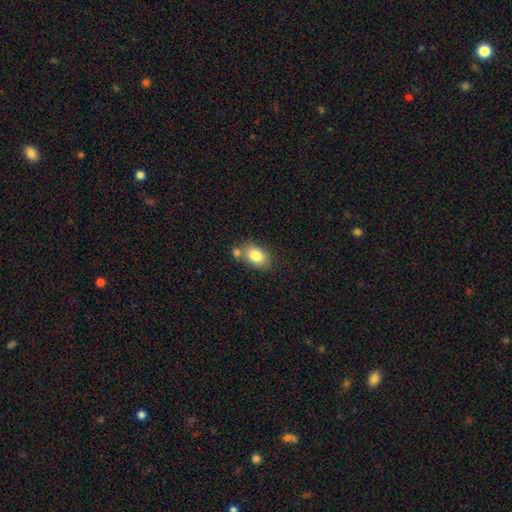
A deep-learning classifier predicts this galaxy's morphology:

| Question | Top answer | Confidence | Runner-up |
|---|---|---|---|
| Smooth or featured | smooth | 81% | featured or disk (11%) |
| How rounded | in between | 85% | round (14%) |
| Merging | none | 56% | merger (25%) |